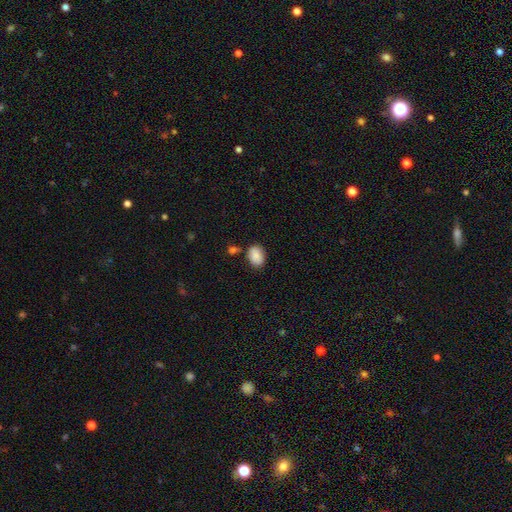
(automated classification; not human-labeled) Smooth or featured? smooth (87%)
How rounded? in between (79%)
Merging? none (74%)